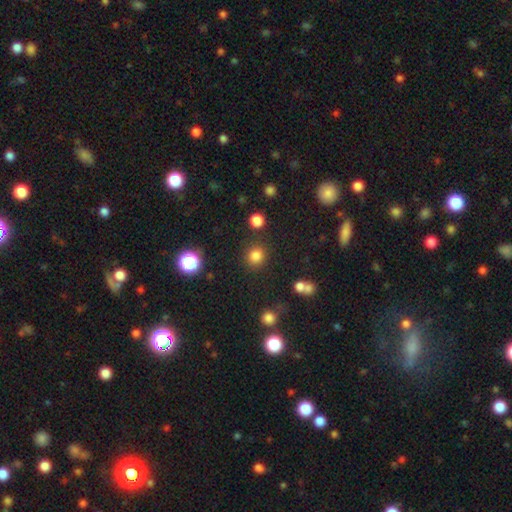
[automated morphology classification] type=smooth (81%); roundness=round (89%); merging=none (86%).